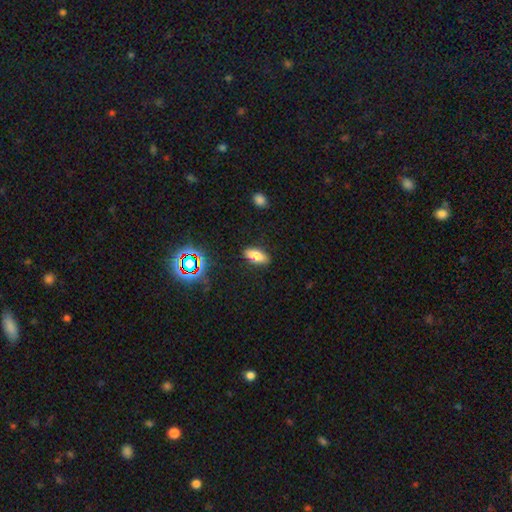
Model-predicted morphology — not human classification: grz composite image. It shows a smooth galaxy with no disk features (78%) that is in between round and cigar-shaped (81%). Merging: none (86%).